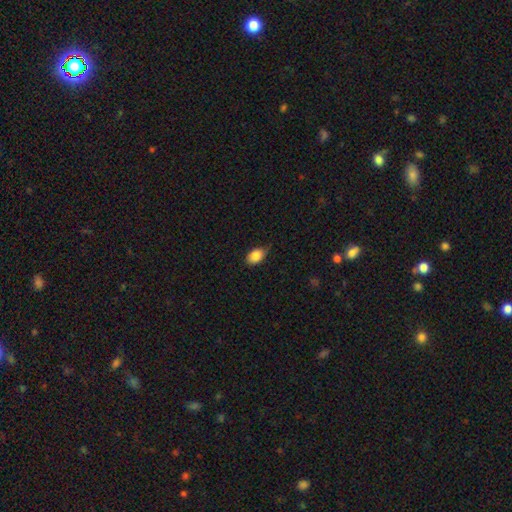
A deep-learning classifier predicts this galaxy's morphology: This is clearly a smooth galaxy (86%). How rounded: clearly in between (86%). Merging: likely none (69%).